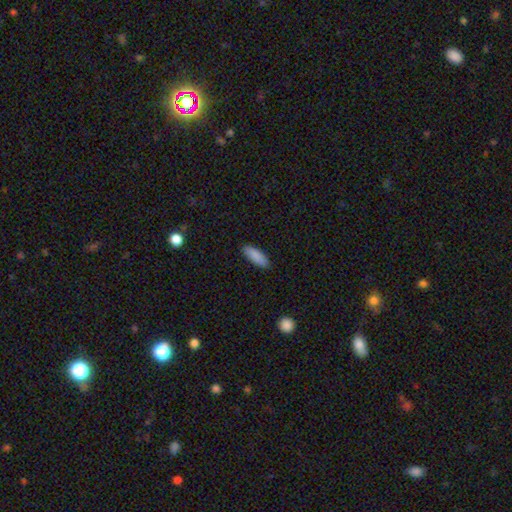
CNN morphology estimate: Smooth or featured? smooth (88%)
How rounded? in between (61%)
Merging? none (88%)